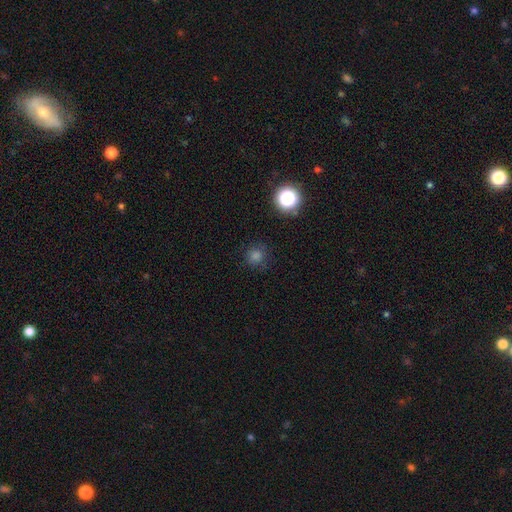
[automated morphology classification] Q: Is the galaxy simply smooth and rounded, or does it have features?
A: smooth — 73%.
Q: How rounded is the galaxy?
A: round — 93%.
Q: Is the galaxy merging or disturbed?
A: none — 85%.